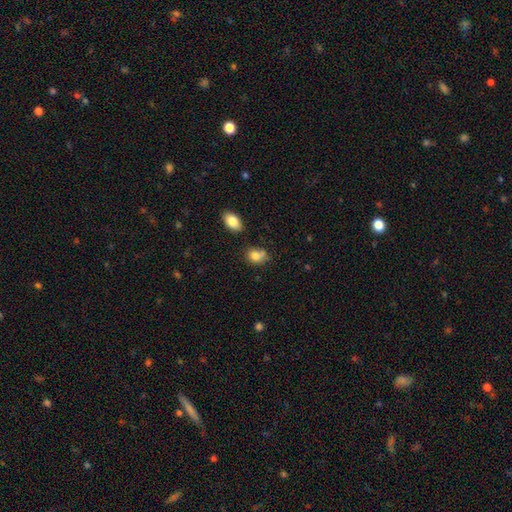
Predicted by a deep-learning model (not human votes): Smooth or featured? smooth (80%)
How rounded? in between (61%)
Merging? none (50%)